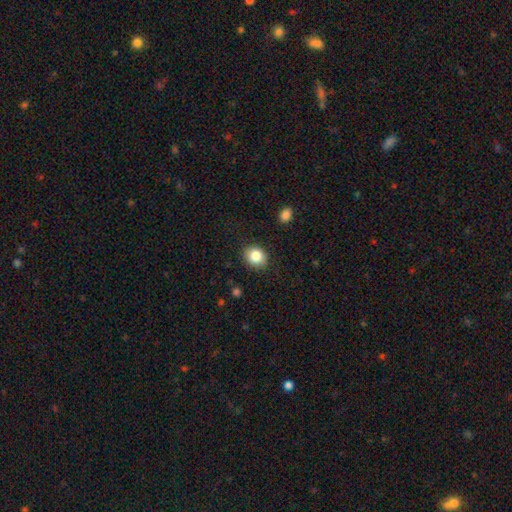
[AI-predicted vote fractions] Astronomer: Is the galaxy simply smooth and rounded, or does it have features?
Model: smooth — 84%.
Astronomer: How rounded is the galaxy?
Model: round — 68%.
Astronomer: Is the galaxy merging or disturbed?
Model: none — 88%.